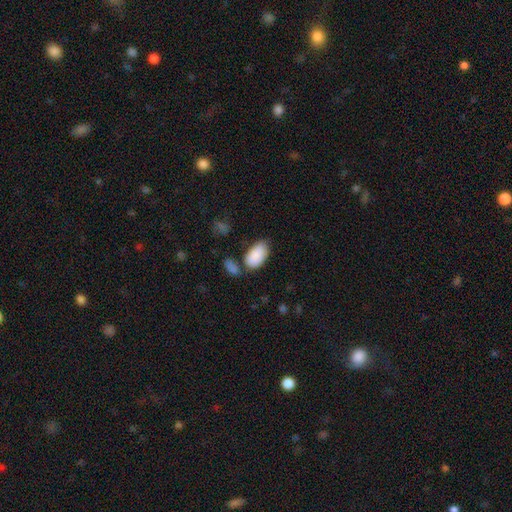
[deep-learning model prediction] A smooth galaxy with no disk features (88%) that is in between round and cigar-shaped (95%).

Vote fractions:
- Smooth or featured? smooth: 88% / star or artifact: 6% / featured or disk: 6%
- How rounded? in between: 95% / round: 3% / cigar-shaped: 2%
- Merging? none: 59% / minor disturbance: 21% / merger: 14% / major disturbance: 6%